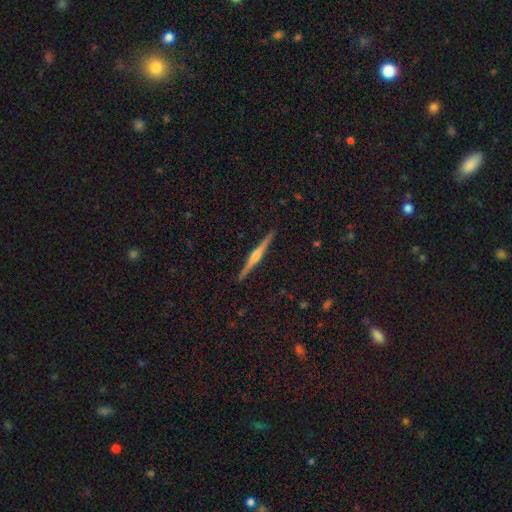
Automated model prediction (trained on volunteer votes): A featured or disk galaxy (80%) viewed edge-on (99%) with a rounded central bulge (83%). Merging: none (92%).